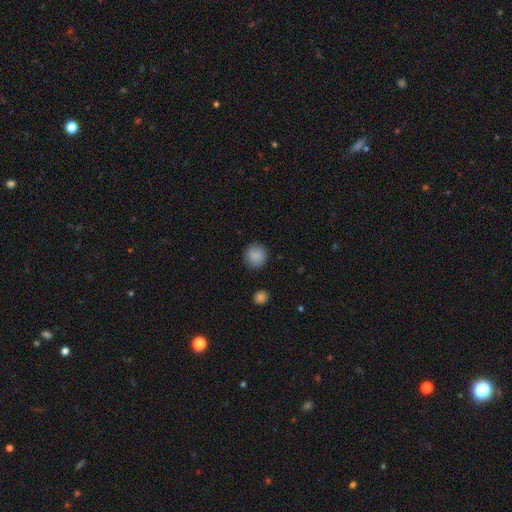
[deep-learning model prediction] Smooth or featured?
  - smooth: 88% *
  - star or artifact: 8%
  - featured or disk: 4%
How rounded?
  - round: 92% *
  - in between: 7%
  - cigar-shaped: 1%
Merging?
  - none: 89% *
  - minor disturbance: 8%
  - major disturbance: 2%
  - merger: 1%